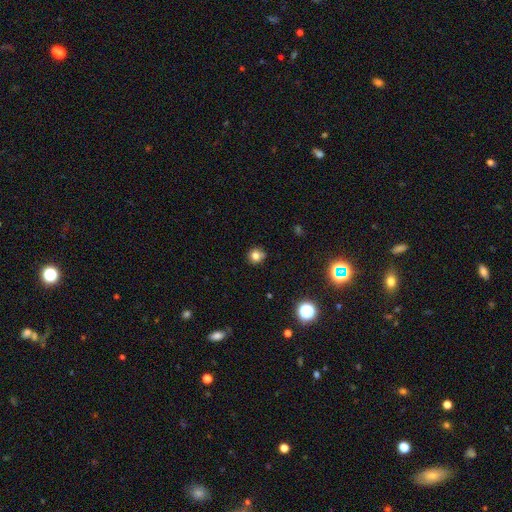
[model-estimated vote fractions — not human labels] A smooth galaxy with no disk features (77%) that is round (86%).

Vote fractions:
- Smooth or featured? smooth: 77% / star or artifact: 15% / featured or disk: 8%
- How rounded? round: 86% / in between: 13% / cigar-shaped: 1%
- Merging? none: 72% / minor disturbance: 18% / merger: 7% / major disturbance: 4%